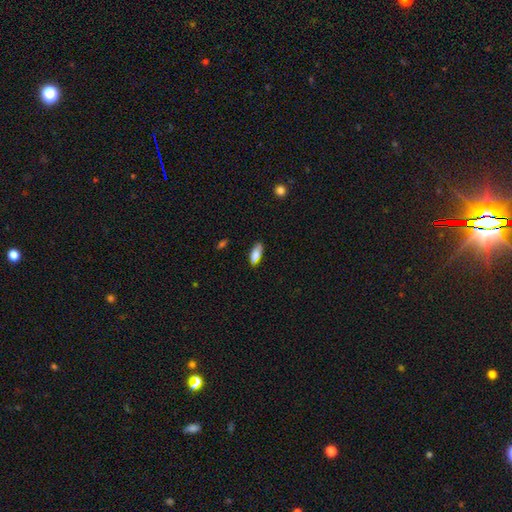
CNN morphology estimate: Smooth or featured? Predicted: smooth (p=0.83). How rounded? Predicted: in between (p=0.75). Merging? Predicted: none (p=0.72).